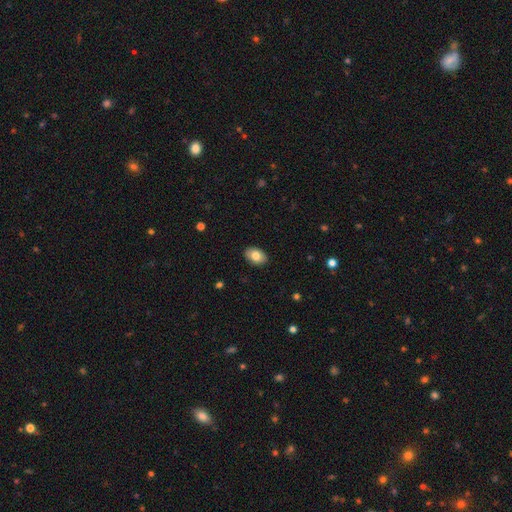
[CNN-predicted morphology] This is clearly a smooth galaxy (82%). How rounded: clearly in between (87%). Merging: clearly none (89%).